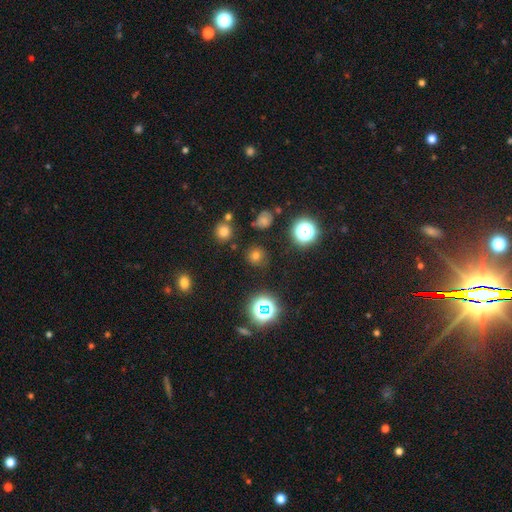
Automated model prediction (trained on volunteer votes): This is likely a smooth galaxy (64%). How rounded: clearly round (91%). Merging: clearly none (85%).